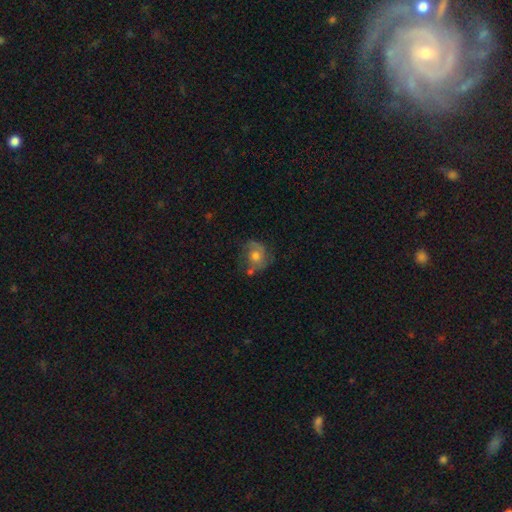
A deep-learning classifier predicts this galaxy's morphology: Smooth or featured? featured or disk (47%)
Merging? none (53%)